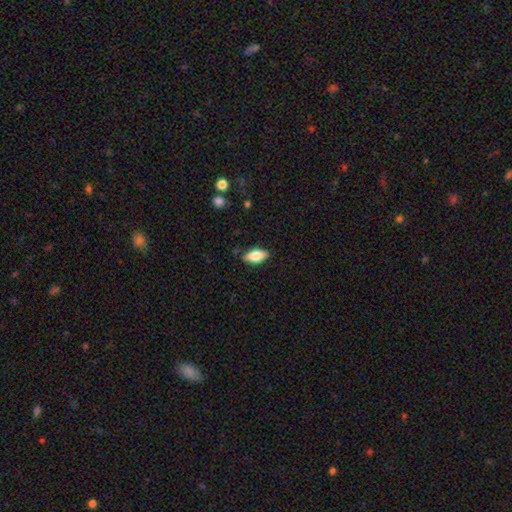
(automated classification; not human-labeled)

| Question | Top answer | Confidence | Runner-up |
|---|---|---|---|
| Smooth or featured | smooth | 80% | featured or disk (14%) |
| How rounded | in between | 89% | cigar-shaped (8%) |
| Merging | none | 86% | minor disturbance (11%) |